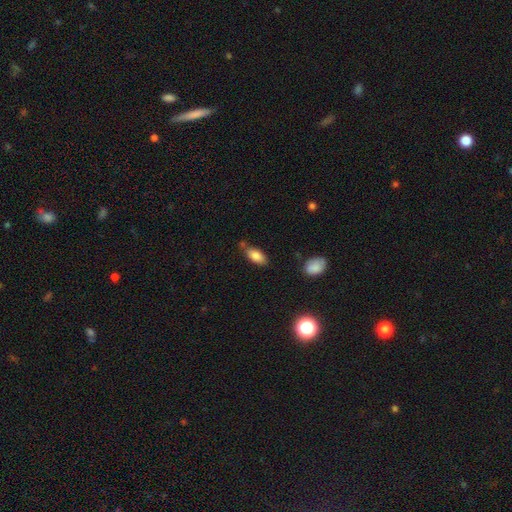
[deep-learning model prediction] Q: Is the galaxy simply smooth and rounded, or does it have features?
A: smooth — 83%.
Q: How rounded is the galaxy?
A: in between — 87%.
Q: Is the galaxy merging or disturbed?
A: none — 65%.